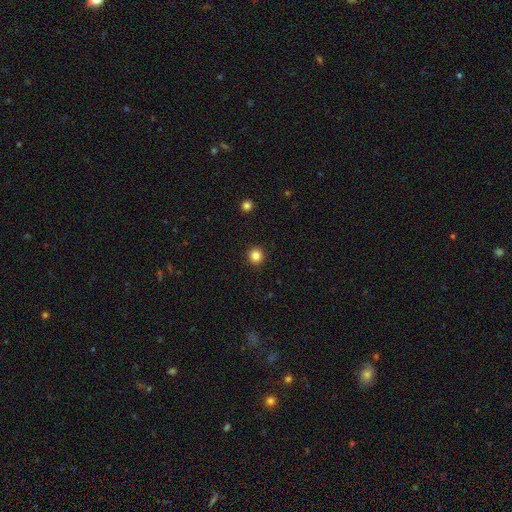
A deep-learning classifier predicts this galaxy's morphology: Smooth or featured?
  - smooth: 84% *
  - star or artifact: 12%
  - featured or disk: 4%
How rounded?
  - round: 93% *
  - in between: 6%
  - cigar-shaped: 1%
Merging?
  - none: 92% *
  - minor disturbance: 5%
  - major disturbance: 2%
  - merger: 1%